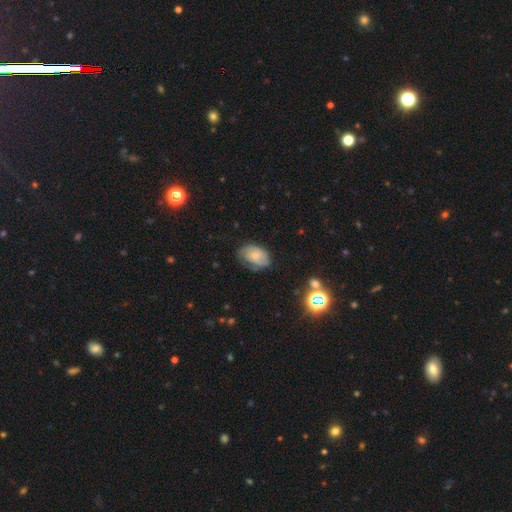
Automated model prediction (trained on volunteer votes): Morphology: type=smooth (46%); merging=none (58%).